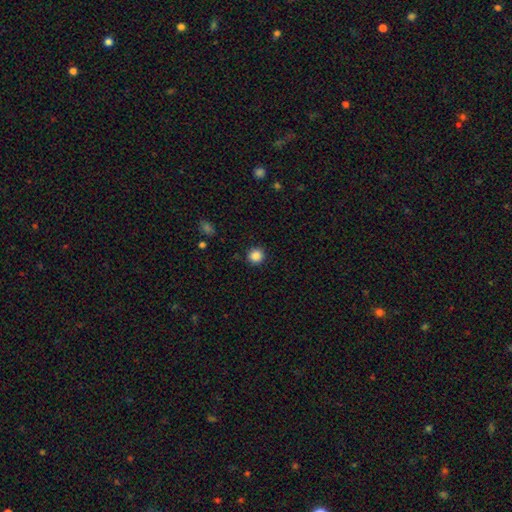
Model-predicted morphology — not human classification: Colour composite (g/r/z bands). It shows a smooth galaxy with no disk features (86%) that is round (93%). Merging: none (91%).